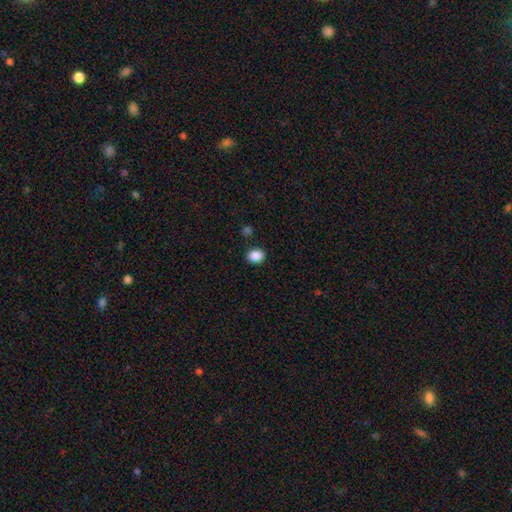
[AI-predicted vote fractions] Smooth or featured?
  - smooth: 88% *
  - star or artifact: 9%
  - featured or disk: 3%
How rounded?
  - round: 53% *
  - in between: 47%
  - cigar-shaped: 1%
Merging?
  - none: 86% *
  - minor disturbance: 9%
  - merger: 3%
  - major disturbance: 3%